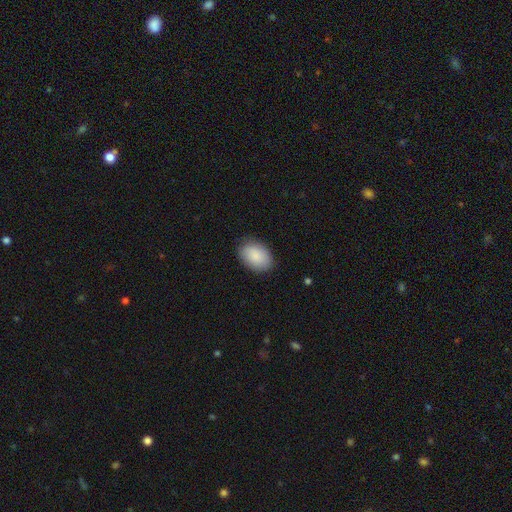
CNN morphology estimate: Smooth or featured?
  - smooth: 89% *
  - star or artifact: 6%
  - featured or disk: 5%
How rounded?
  - in between: 87% *
  - round: 12%
  - cigar-shaped: 1%
Merging?
  - none: 86% *
  - minor disturbance: 11%
  - major disturbance: 3%
  - merger: 1%